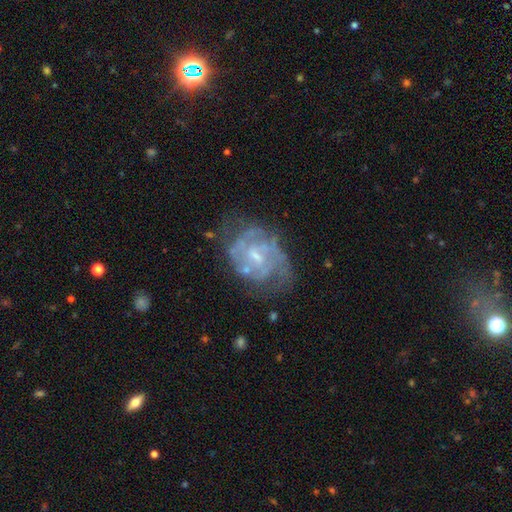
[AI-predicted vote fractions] Smooth or featured? Predicted: featured or disk (p=0.79). Edge-on disk? Predicted: no (p=0.98). Bar? Predicted: weak (p=0.46). Spiral arms? Predicted: yes (p=0.76). Spiral winding? Predicted: tight (p=0.47). Spiral arm count? Predicted: can't tell (p=0.44). Bulge size? Predicted: small (p=0.52). Merging? Predicted: none (p=0.55).